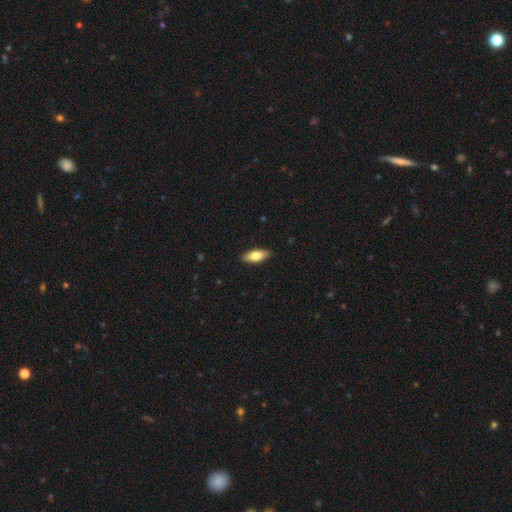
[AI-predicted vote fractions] Q: Smooth or featured?
A: smooth (77%); runner-up: featured or disk (17%)
Q: How rounded?
A: in between (82%); runner-up: cigar-shaped (16%)
Q: Merging?
A: none (90%); runner-up: minor disturbance (8%)